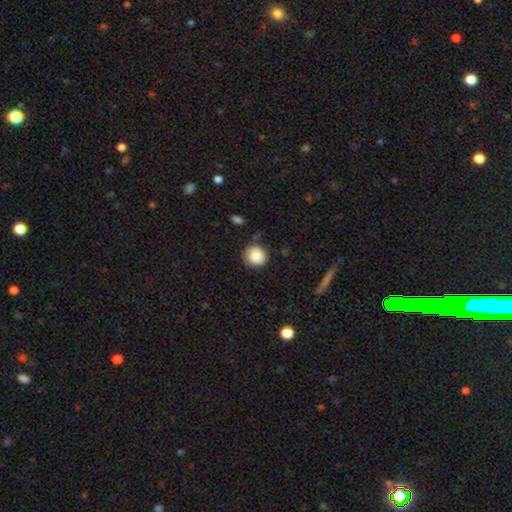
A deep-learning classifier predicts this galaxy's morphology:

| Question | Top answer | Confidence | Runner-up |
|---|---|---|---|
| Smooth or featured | smooth | 85% | star or artifact (8%) |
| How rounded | round | 88% | in between (11%) |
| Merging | none | 80% | minor disturbance (15%) |